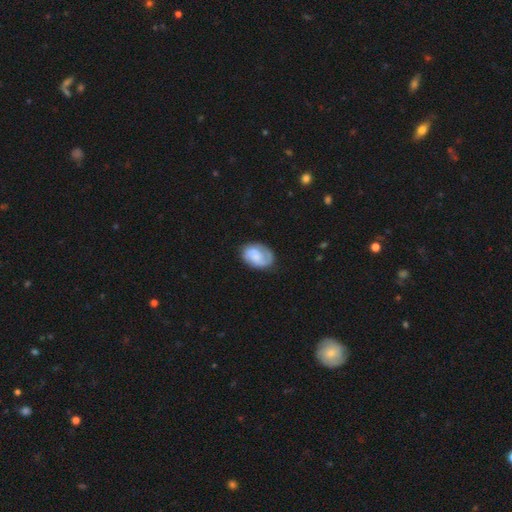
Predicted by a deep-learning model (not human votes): smooth_or_featured: featured or disk (p=0.59) [alt: smooth p=0.34]
disk_edge_on: no (p=0.97) [alt: yes p=0.03]
bar: no (p=0.64) [alt: weak p=0.31]
has_spiral_arms: yes (p=0.91) [alt: no p=0.09]
spiral_winding: tight (p=0.42) [alt: medium p=0.39]
spiral_arm_count: 2 (p=0.56) [alt: 1 p=0.29]
bulge_size: none (p=0.36) [alt: small p=0.32]
merging: none (p=0.72) [alt: minor disturbance p=0.19]